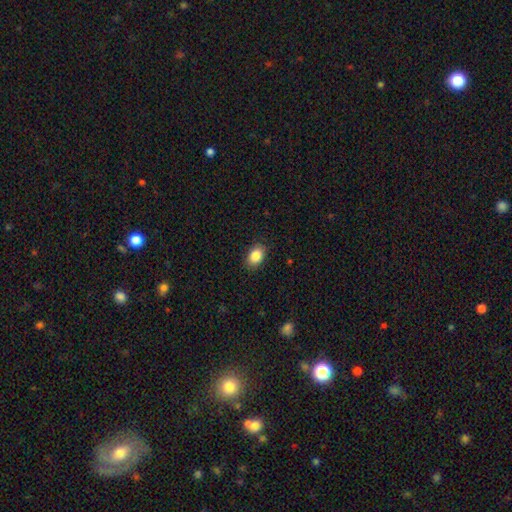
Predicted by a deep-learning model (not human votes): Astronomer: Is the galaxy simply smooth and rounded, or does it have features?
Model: smooth — 87%.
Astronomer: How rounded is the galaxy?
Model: in between — 82%.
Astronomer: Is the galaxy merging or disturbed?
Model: none — 88%.